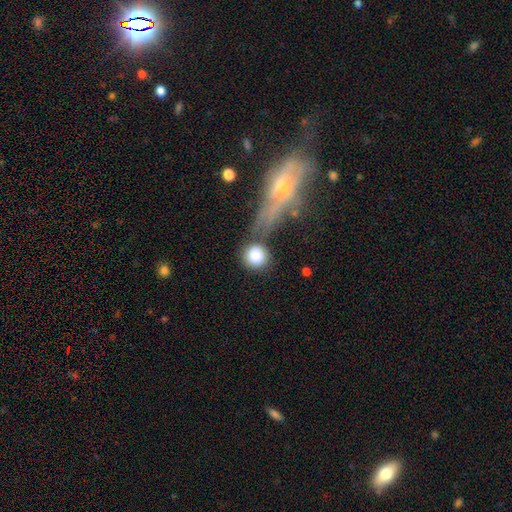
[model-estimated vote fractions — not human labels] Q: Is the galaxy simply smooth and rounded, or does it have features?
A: smooth — 83%.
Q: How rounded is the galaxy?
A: round — 90%.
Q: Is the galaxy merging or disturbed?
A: none — 56%.